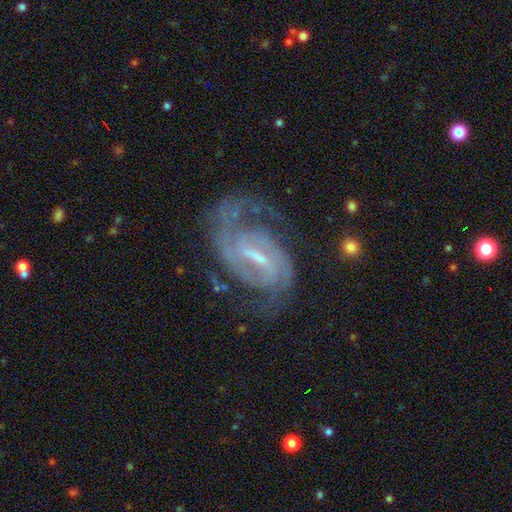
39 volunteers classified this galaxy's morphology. Smooth or featured?
  - featured or disk: 95% *
  - smooth: 3%
  - star or artifact: 3%
Edge-on disk?
  - no: 97% *
  - yes: 3%
Bar?
  - strong: 47% *
  - weak: 44%
  - no: 8%
Spiral arms?
  - yes: 100% *
  - no: 0%
Spiral winding?
  - medium: 53% *
  - tight: 36%
  - loose: 11%
Spiral arm count?
  - 2: 92% *
  - can't tell: 6%
  - 3: 3%
  - 1: 0%
  - 4: 0%
  - more than 4: 0%
Bulge size?
  - moderate: 53% *
  - small: 42%
  - none: 6%
  - dominant: 0%
  - large: 0%
Merging?
  - none: 71% *
  - minor disturbance: 13%
  - major disturbance: 13%
  - merger: 3%